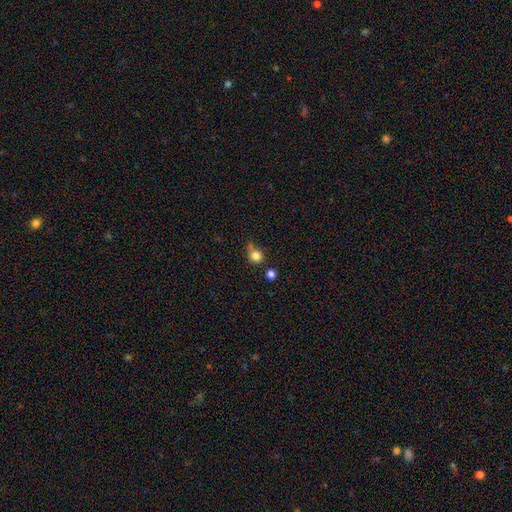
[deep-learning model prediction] Morphology: type=smooth (81%); roundness=round (86%); merging=none (50%).